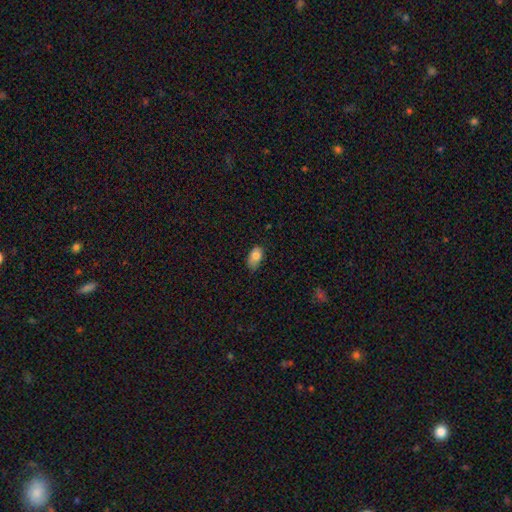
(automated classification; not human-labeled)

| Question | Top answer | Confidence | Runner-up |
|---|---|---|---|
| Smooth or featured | smooth | 81% | featured or disk (11%) |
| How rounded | in between | 91% | round (7%) |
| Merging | none | 59% | minor disturbance (33%) |